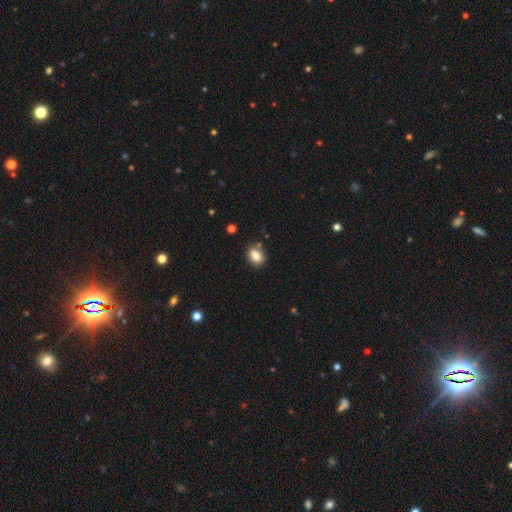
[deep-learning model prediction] Smooth or featured: smooth — 82% (featured or disk — 9%)
How rounded: in between — 76% (round — 22%)
Merging: none — 79% (minor disturbance — 13%)